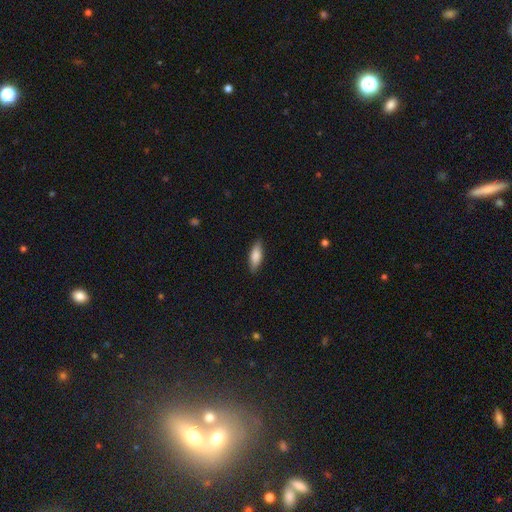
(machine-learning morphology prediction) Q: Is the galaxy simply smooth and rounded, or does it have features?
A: smooth — 83%.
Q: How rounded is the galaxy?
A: in between — 66%.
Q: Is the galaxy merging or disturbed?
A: none — 87%.